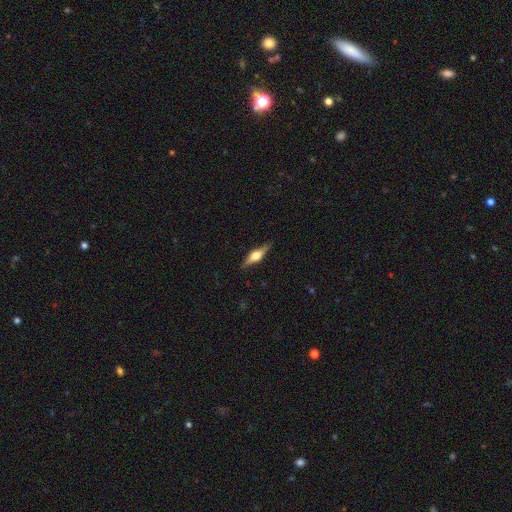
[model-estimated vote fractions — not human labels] A featured or disk galaxy (66%) viewed edge-on (96%) with a rounded central bulge (92%). Merging: none (87%).